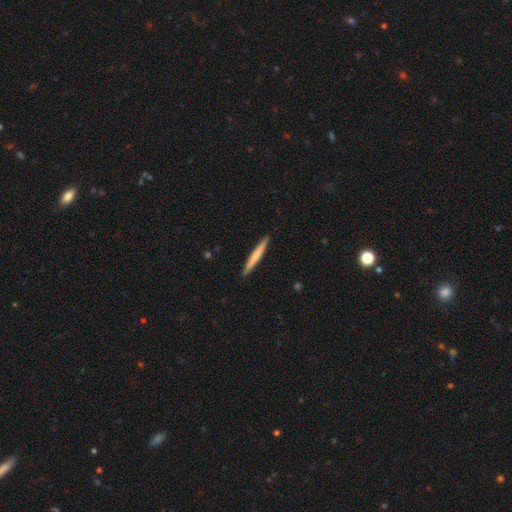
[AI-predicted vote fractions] The model was most divided on "smooth or featured": smooth: 58%, featured or disk: 37%, star or artifact: 5%. More confident: how rounded — cigar-shaped (96%); merging — none (92%).